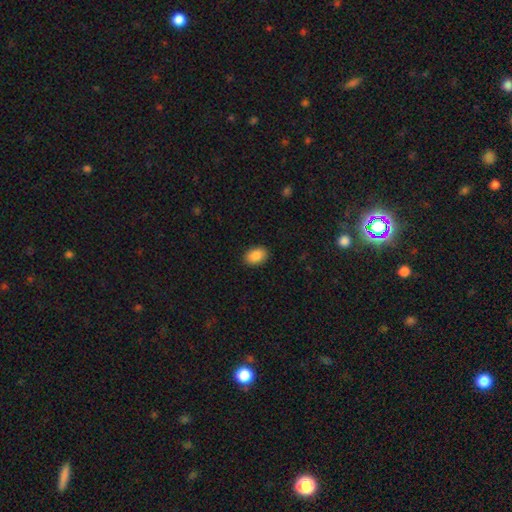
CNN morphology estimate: type=smooth (89%); roundness=in between (85%); merging=none (89%).